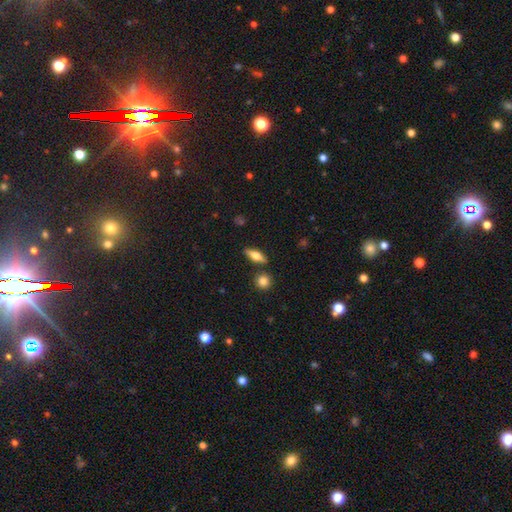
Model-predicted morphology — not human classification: A smooth galaxy with no disk features (56%) that is in between round and cigar-shaped (54%). Merging: none (84%).